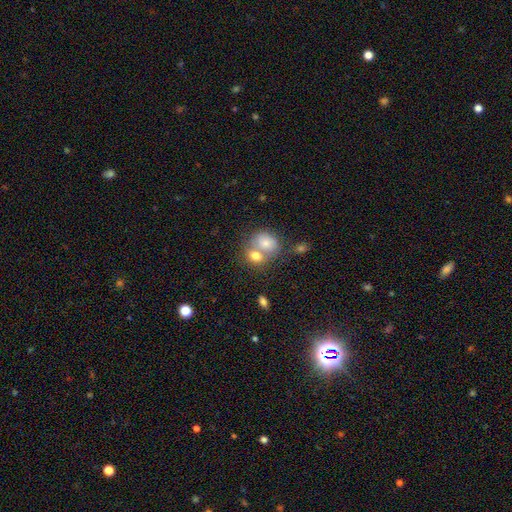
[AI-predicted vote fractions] Smooth or featured: smooth — 75% (featured or disk — 15%)
How rounded: round — 51% (in between — 48%)
Merging: merger — 59% (none — 29%)